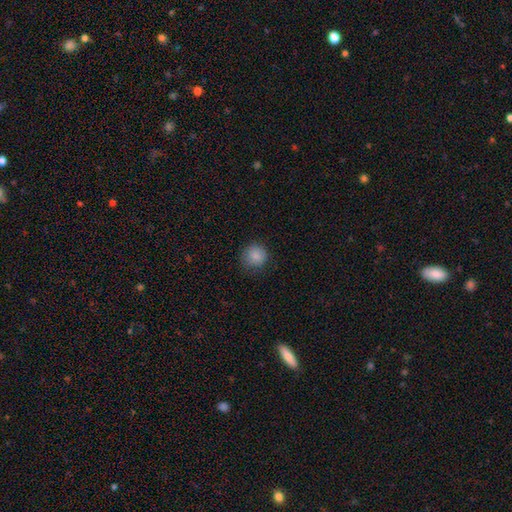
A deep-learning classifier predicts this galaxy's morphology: Overall: smooth (86%). How rounded: round (91%). Merging: none (83%).